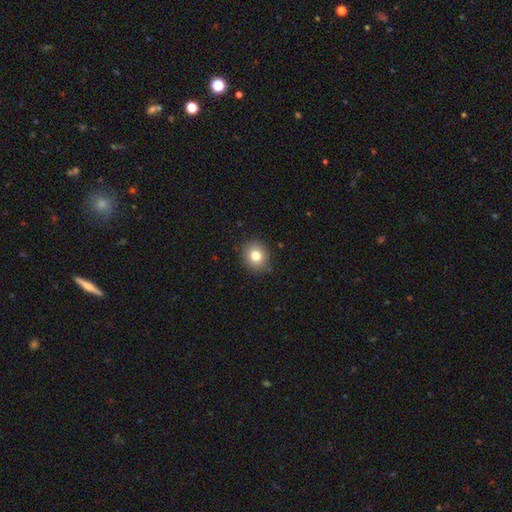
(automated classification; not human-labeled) smooth_or_featured: smooth (p=0.80) [alt: star or artifact p=0.11]
how_rounded: round (p=0.74) [alt: in between p=0.25]
merging: none (p=0.89) [alt: minor disturbance p=0.08]